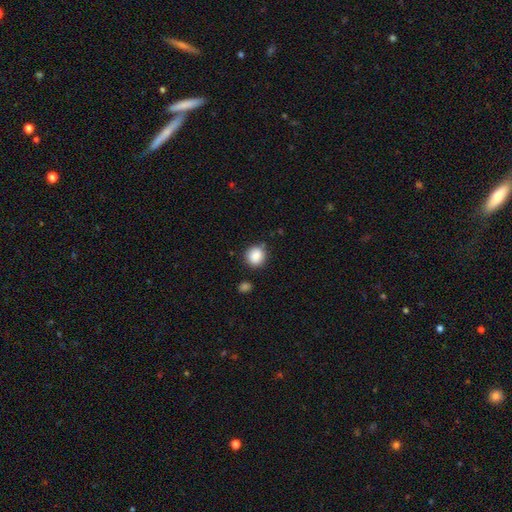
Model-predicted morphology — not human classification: Q: Smooth or featured?
A: smooth (87%); runner-up: star or artifact (8%)
Q: How rounded?
A: round (85%); runner-up: in between (14%)
Q: Merging?
A: none (83%); runner-up: minor disturbance (11%)